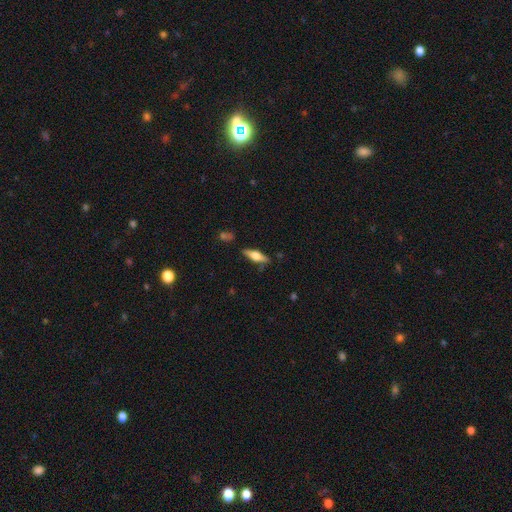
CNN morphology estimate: Overall: featured or disk (53%; smooth 41%). Edge-on disk: yes (93%). Merging: none (82%).